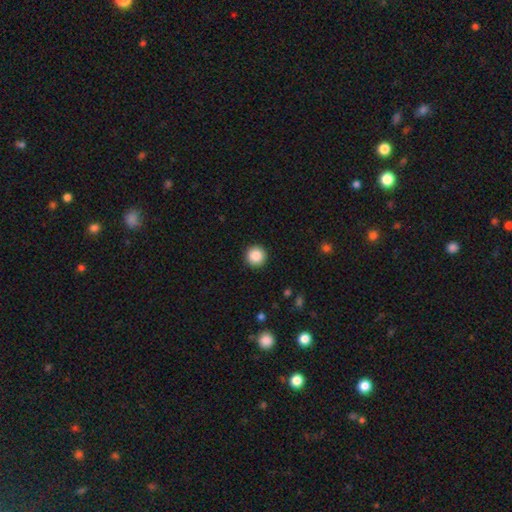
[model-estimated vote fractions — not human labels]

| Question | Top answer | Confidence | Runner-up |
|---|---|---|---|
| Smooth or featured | smooth | 87% | star or artifact (9%) |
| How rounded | round | 96% | in between (3%) |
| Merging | none | 92% | minor disturbance (5%) |